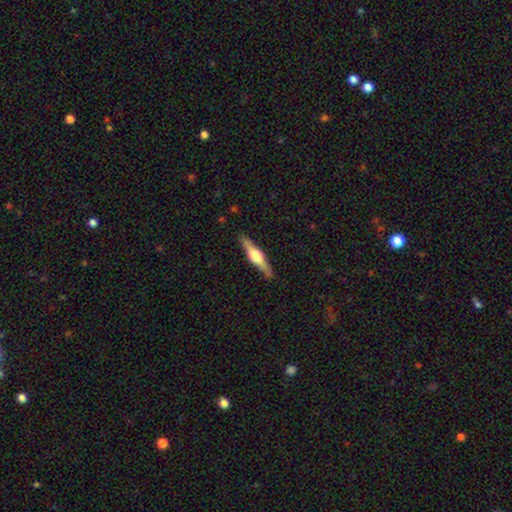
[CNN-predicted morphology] This appears to be a featured or disk galaxy (67%) viewed edge-on (97%) with a rounded central bulge (92%). Merging: none (88%).